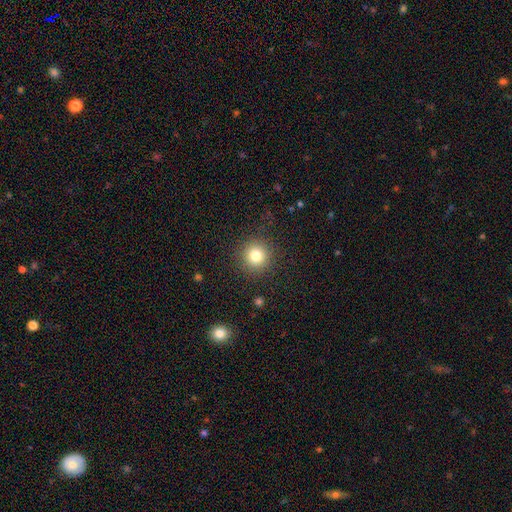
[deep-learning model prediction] smooth 80%, star or artifact 13%, featured or disk 8%. Down the decision tree: how rounded — round (94%); merging — none (89%).